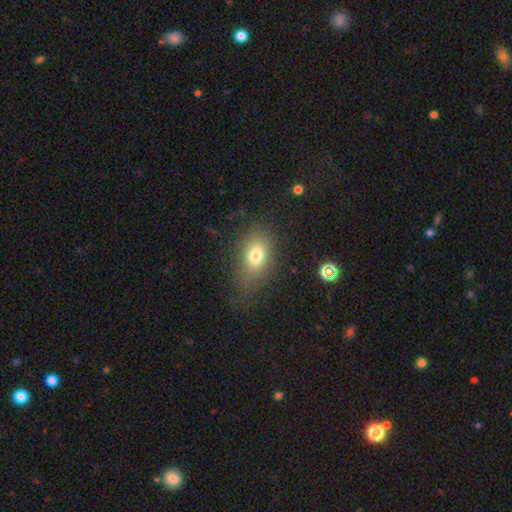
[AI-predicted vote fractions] Q: Smooth or featured?
A: smooth (75%); runner-up: featured or disk (14%)
Q: How rounded?
A: in between (81%); runner-up: round (16%)
Q: Merging?
A: none (65%); runner-up: minor disturbance (21%)